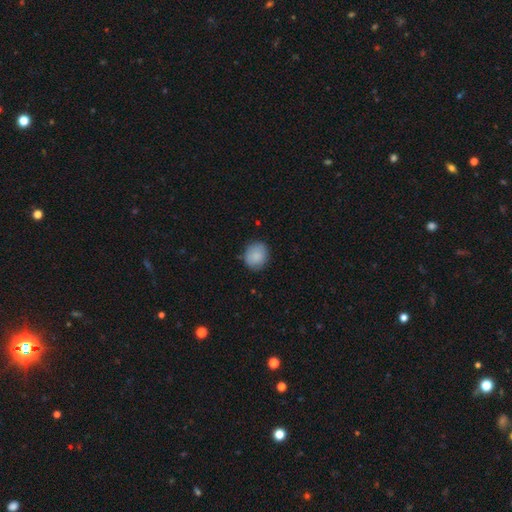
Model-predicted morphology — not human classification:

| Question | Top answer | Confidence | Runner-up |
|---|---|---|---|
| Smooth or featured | smooth | 87% | star or artifact (7%) |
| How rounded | round | 80% | in between (19%) |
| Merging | none | 83% | minor disturbance (13%) |